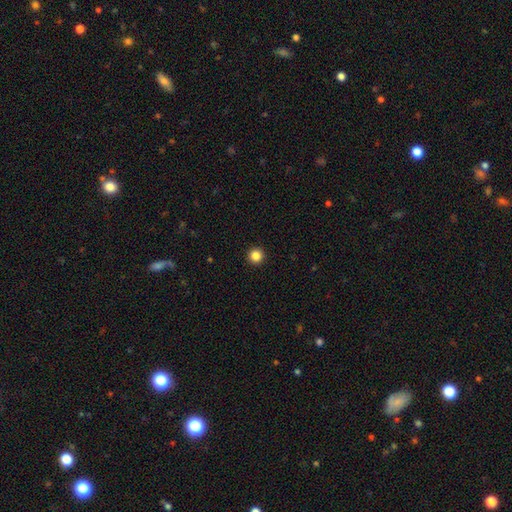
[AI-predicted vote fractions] The model was most divided on "smooth or featured": smooth: 85%, star or artifact: 11%, featured or disk: 3%. More confident: how rounded — round (96%); merging — none (94%).